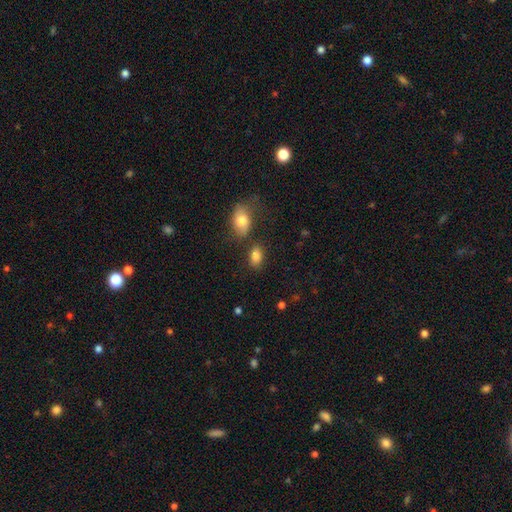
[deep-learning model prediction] Smooth or featured? smooth (85%)
How rounded? in between (88%)
Merging? none (70%)